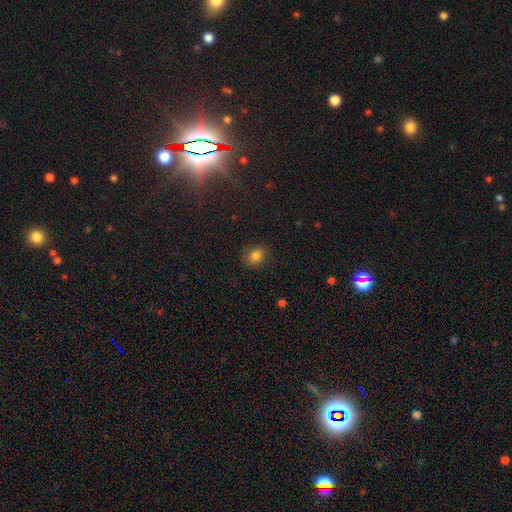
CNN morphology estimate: Smooth or featured? Predicted: smooth (p=0.82). How rounded? Predicted: round (p=0.70). Merging? Predicted: none (p=0.84).